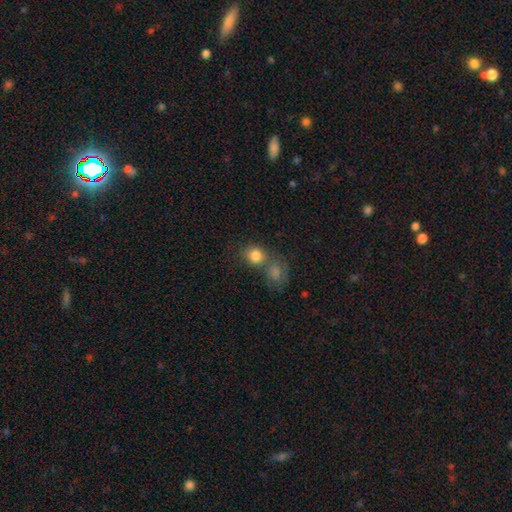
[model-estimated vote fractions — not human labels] Overall: smooth (82%). How rounded: round (75%). Merging: none (45%; merger 40%).